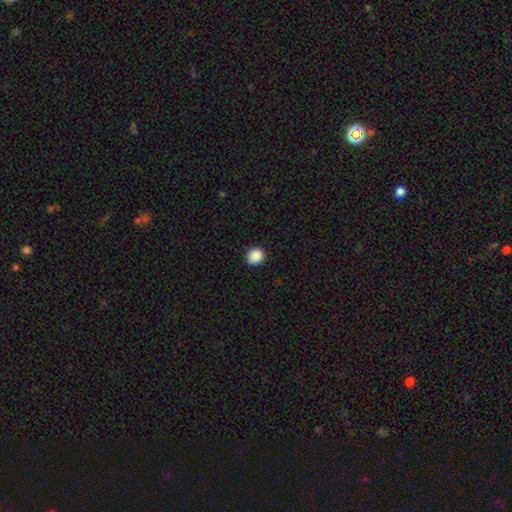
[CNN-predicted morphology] Overall: smooth (89%). How rounded: round (84%). Merging: none (91%).